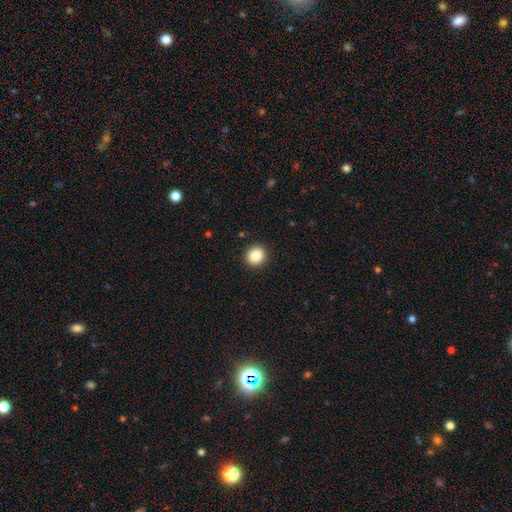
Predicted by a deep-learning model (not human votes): A smooth galaxy with no disk features (87%) that is round (78%).

Vote fractions:
- Smooth or featured? smooth: 87% / star or artifact: 9% / featured or disk: 4%
- How rounded? round: 78% / in between: 21% / cigar-shaped: 1%
- Merging? none: 91% / minor disturbance: 6% / major disturbance: 2% / merger: 1%